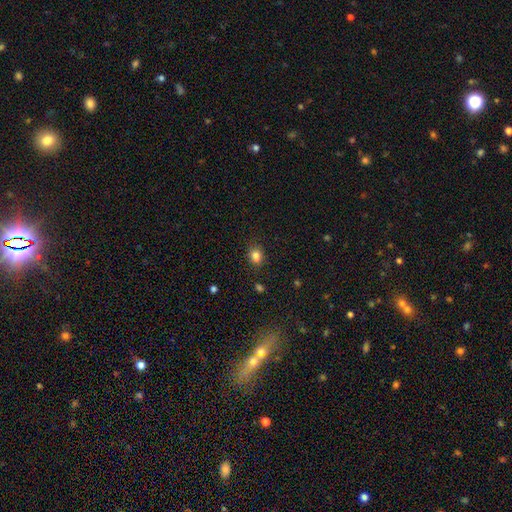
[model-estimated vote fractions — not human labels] Smooth or featured? Predicted: smooth (p=0.84). How rounded? Predicted: round (p=0.59). Merging? Predicted: none (p=0.85).